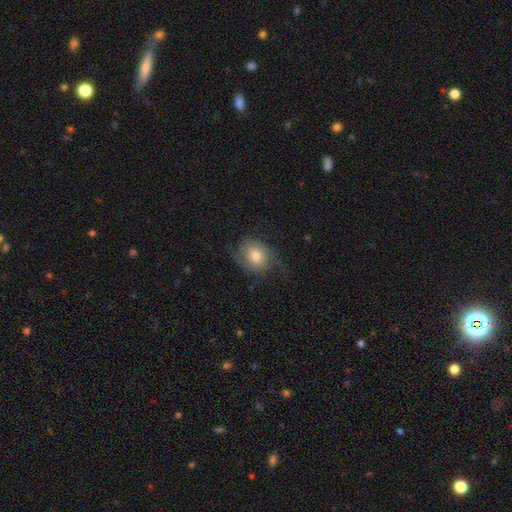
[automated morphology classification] smooth 65%, featured or disk 27%, star or artifact 8%. Down the decision tree: how rounded — round (50%); merging — none (57%).